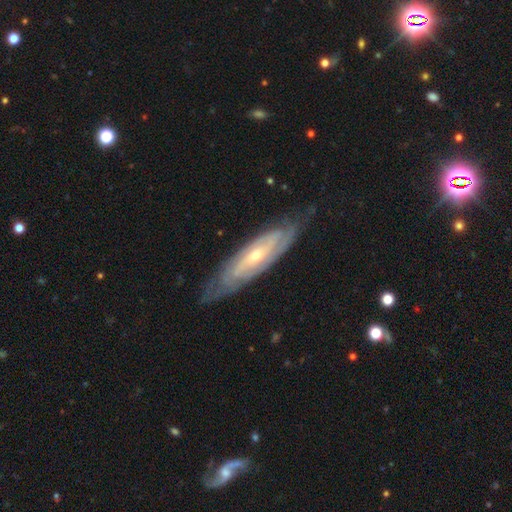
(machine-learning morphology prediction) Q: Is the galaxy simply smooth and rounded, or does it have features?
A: featured or disk — 83%.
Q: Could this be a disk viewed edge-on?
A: no — 79%.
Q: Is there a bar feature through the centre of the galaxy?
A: no — 50%.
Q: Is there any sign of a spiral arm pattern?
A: yes — 93%.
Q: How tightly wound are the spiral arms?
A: tight — 67%.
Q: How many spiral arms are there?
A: can't tell — 40%.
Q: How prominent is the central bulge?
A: small — 62%.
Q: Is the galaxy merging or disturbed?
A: none — 75%.